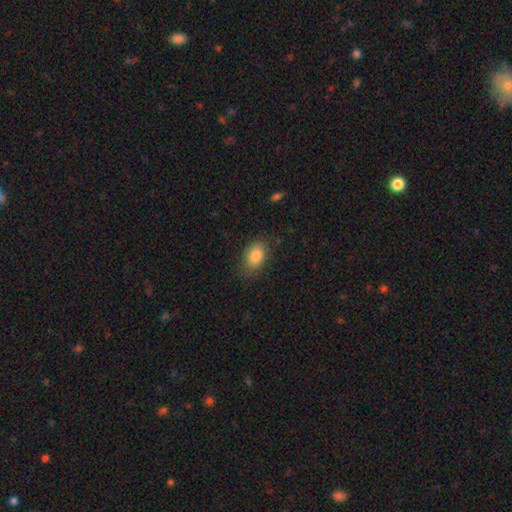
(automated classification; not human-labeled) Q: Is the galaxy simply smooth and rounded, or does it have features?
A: smooth — 83%.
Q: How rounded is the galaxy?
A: in between — 85%.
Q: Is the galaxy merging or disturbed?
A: none — 78%.